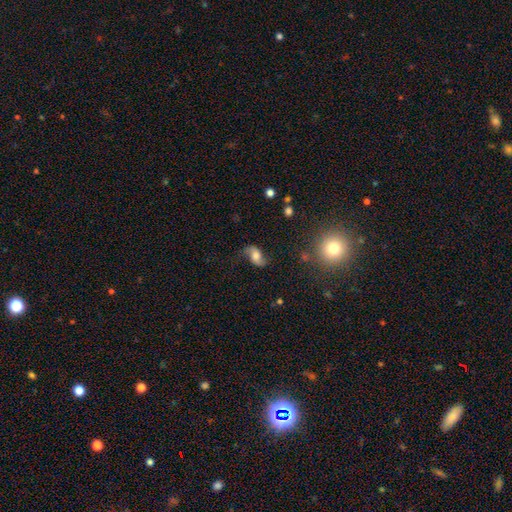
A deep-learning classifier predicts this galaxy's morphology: smooth_or_featured: featured or disk (p=0.57) [alt: smooth p=0.33]
disk_edge_on: no (p=0.95) [alt: yes p=0.05]
bar: no (p=0.58) [alt: weak p=0.31]
has_spiral_arms: yes (p=0.89) [alt: no p=0.11]
bulge_size: moderate (p=0.54) [alt: large p=0.19]
merging: none (p=0.68) [alt: minor disturbance p=0.20]